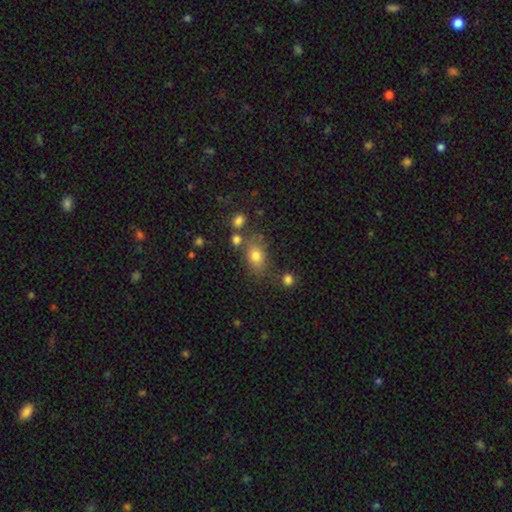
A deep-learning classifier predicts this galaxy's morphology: Smooth or featured?
  - smooth: 77% *
  - star or artifact: 12%
  - featured or disk: 11%
How rounded?
  - in between: 69% *
  - round: 29%
  - cigar-shaped: 2%
Merging?
  - none: 63% *
  - minor disturbance: 17%
  - merger: 13%
  - major disturbance: 7%